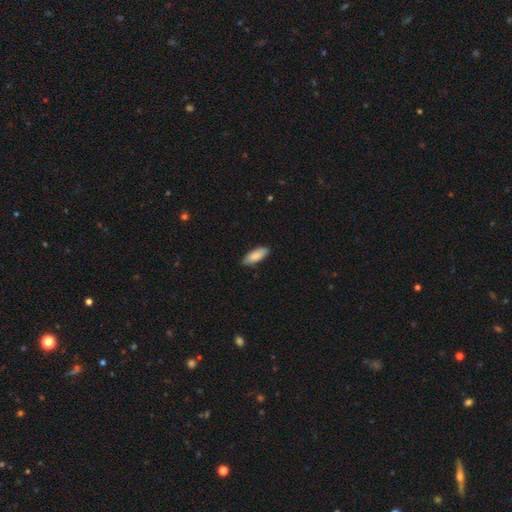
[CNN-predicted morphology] A smooth galaxy with no disk features (87%) that is in between round and cigar-shaped (76%). Merging: none (87%).